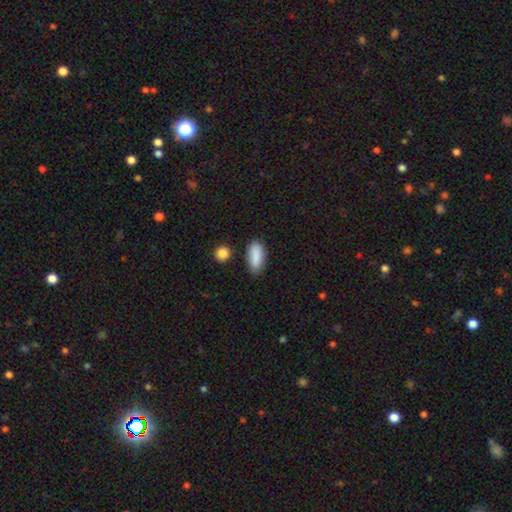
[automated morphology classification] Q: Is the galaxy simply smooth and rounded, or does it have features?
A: smooth — 88%.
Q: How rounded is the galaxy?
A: in between — 84%.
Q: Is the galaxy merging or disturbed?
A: none — 76%.